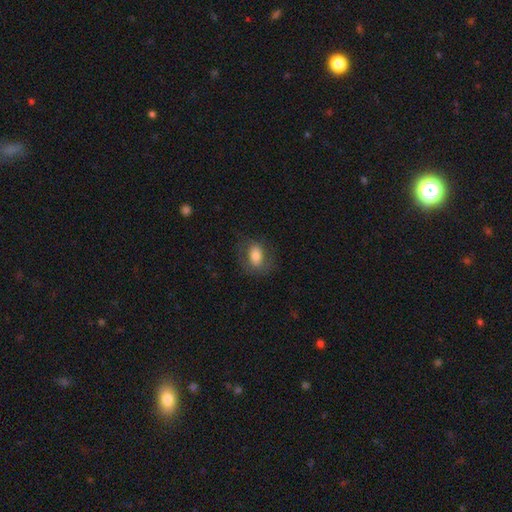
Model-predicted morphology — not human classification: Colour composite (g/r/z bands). It shows a smooth galaxy with no disk features (70%) that is in between round and cigar-shaped (76%). Merging: none (71%).